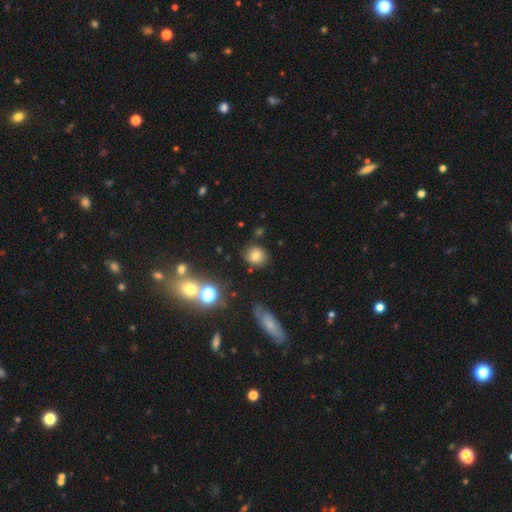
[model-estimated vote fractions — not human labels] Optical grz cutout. It shows a smooth galaxy with no disk features (76%) that is round (80%). Merging: none (82%).